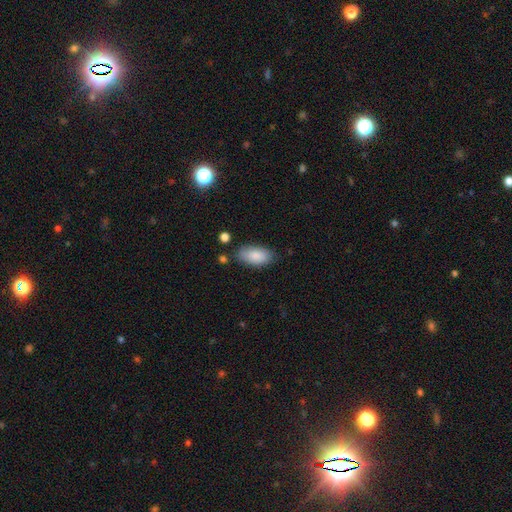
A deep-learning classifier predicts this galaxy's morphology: The model was most divided on "merging": none: 77%, minor disturbance: 16%, major disturbance: 4%, merger: 3%. More confident: how rounded — in between (94%); smooth or featured — smooth (87%).